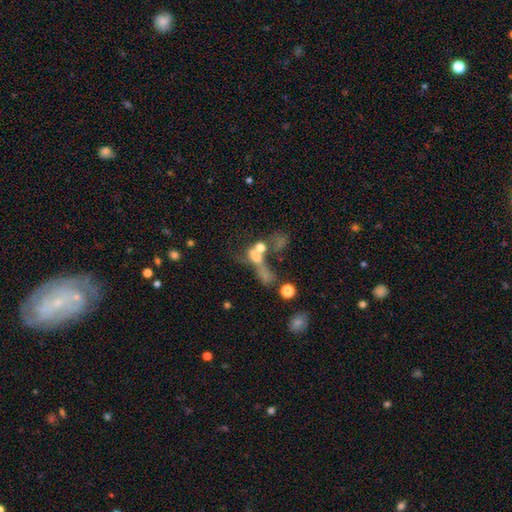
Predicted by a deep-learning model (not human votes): Smooth or featured? Predicted: smooth (p=0.44). Merging? Predicted: merger (p=0.54).